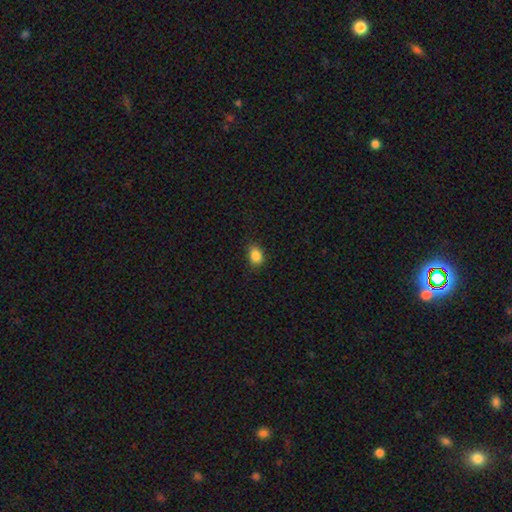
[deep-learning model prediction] Overall: smooth (86%). How rounded: in between (71%). Merging: none (82%).